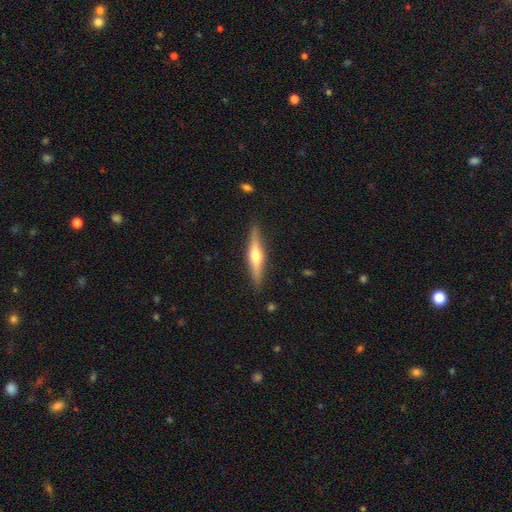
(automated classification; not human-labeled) Morphology: type=featured or disk (61%); edge-on=yes (96%); edge-on bulge=rounded (90%); merging=none (89%).